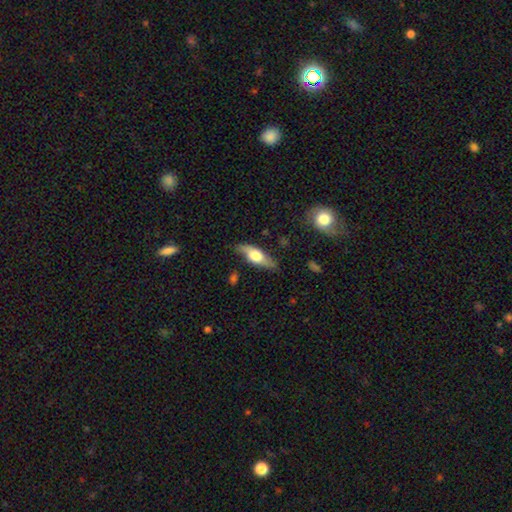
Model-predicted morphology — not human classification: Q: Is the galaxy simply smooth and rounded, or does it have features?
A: featured or disk — 48%.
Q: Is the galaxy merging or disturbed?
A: none — 78%.